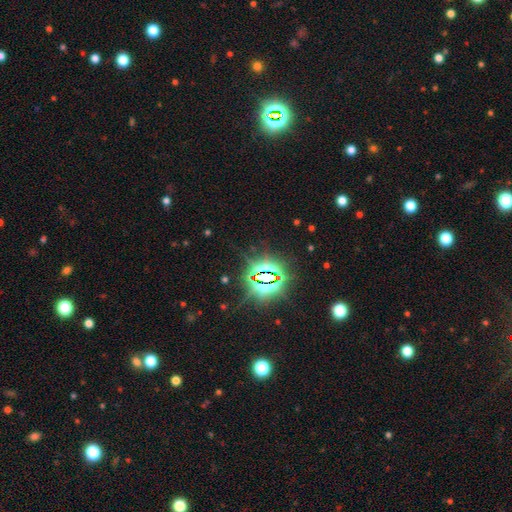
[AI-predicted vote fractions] Morphology: type=star or artifact (80%).